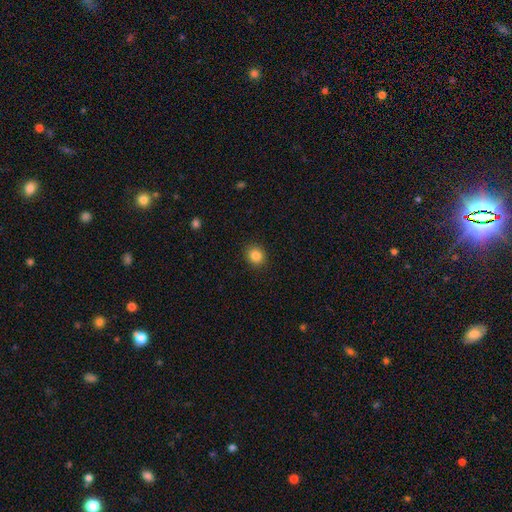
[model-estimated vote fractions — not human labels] This is clearly a smooth galaxy (85%). How rounded: likely round (79%). Merging: clearly none (90%).